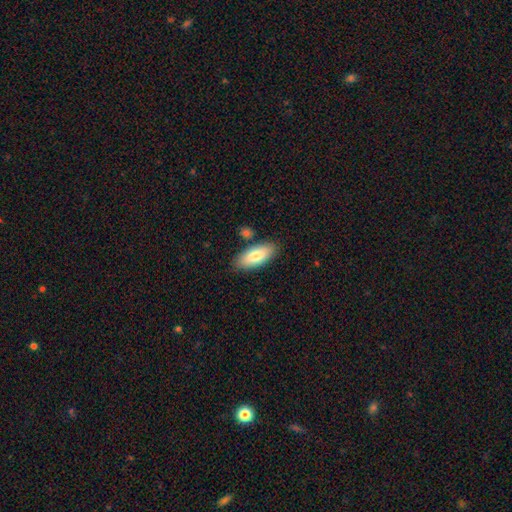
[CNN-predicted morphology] Q: Smooth or featured?
A: smooth (81%); runner-up: featured or disk (13%)
Q: How rounded?
A: in between (83%); runner-up: cigar-shaped (15%)
Q: Merging?
A: none (81%); runner-up: minor disturbance (11%)